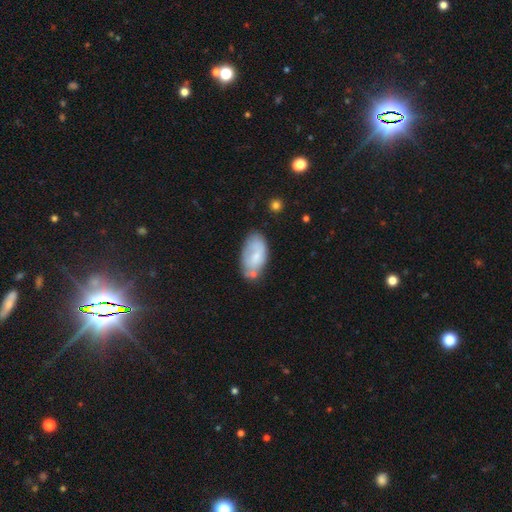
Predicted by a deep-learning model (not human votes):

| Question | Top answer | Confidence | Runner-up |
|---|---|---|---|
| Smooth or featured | smooth | 62% | featured or disk (32%) |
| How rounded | in between | 94% | round (3%) |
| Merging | none | 53% | minor disturbance (27%) |